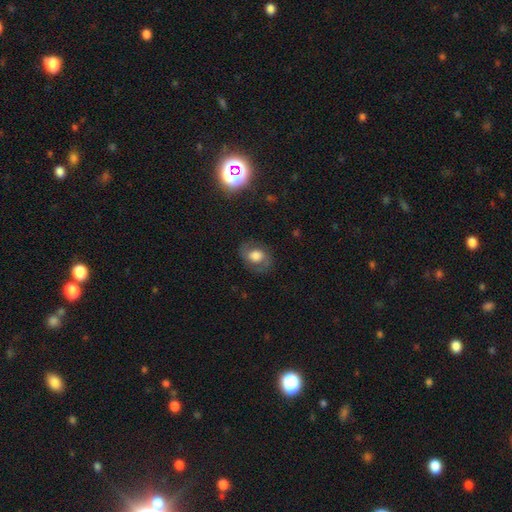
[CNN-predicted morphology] A featured or disk galaxy (47%).

Vote fractions:
- Smooth or featured? featured or disk: 47% / smooth: 44% / star or artifact: 9%
- Merging? none: 74% / minor disturbance: 16% / major disturbance: 9% / merger: 1%